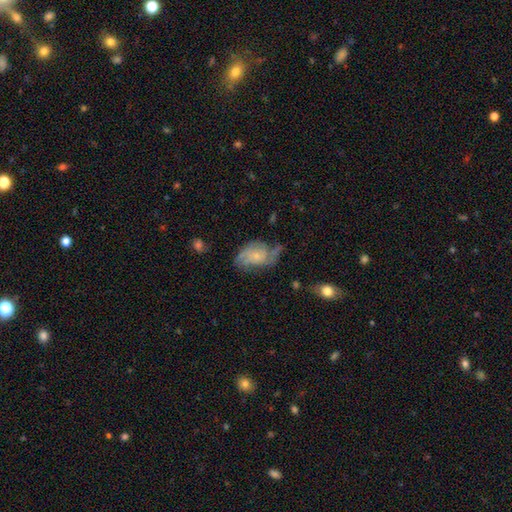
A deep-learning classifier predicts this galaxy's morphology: Overall: featured or disk (69%). Edge-on disk: no (97%). Bar: no (73%). Spiral arms: yes (88%). Spiral arm count: 2 (49%; can't tell 23%). Spiral winding: medium (42%; loose 29%). Bulge size: small (69%). Merging: none (48%; minor disturbance 29%).